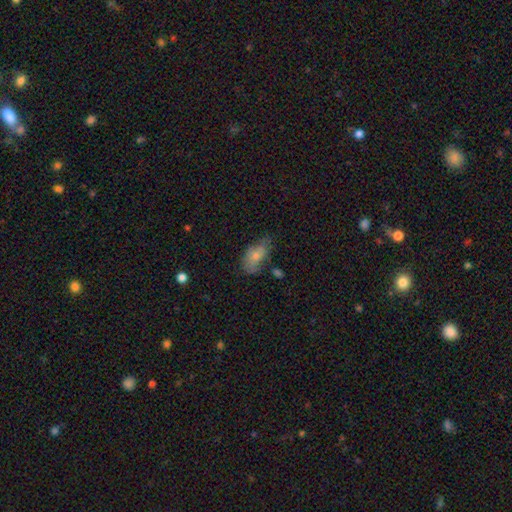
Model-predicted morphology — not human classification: Smooth or featured?
  - smooth: 66% *
  - featured or disk: 24%
  - star or artifact: 10%
How rounded?
  - in between: 88% *
  - cigar-shaped: 7%
  - round: 5%
Merging?
  - none: 54% *
  - minor disturbance: 30%
  - major disturbance: 11%
  - merger: 5%